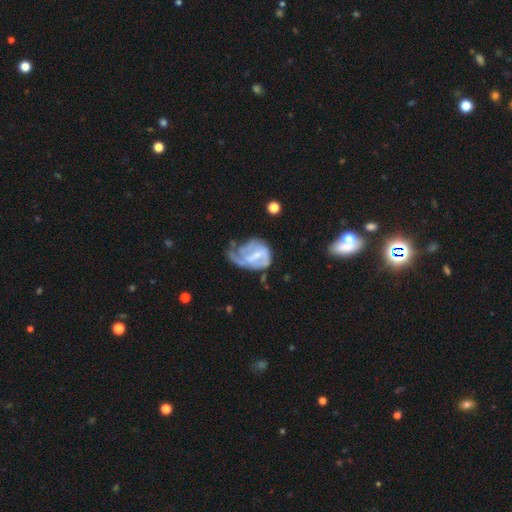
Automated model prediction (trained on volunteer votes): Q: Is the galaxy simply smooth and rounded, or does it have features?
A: featured or disk — 70%.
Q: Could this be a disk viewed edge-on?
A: no — 97%.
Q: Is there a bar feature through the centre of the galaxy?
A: weak — 50%.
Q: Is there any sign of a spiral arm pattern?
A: yes — 71%.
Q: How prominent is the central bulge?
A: small — 50%.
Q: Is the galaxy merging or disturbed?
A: major disturbance — 48%.